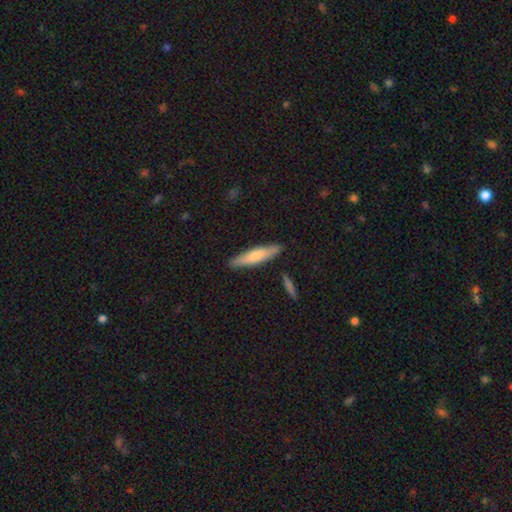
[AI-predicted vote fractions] Smooth or featured? smooth (67%)
How rounded? cigar-shaped (80%)
Merging? none (86%)